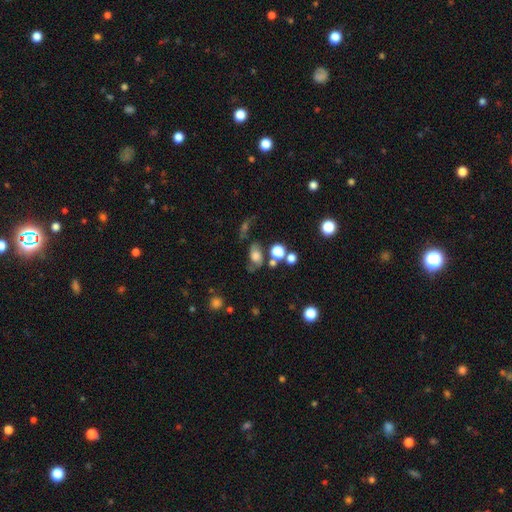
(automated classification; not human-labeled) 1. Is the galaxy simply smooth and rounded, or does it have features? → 54% smooth, 30% featured or disk, 16% star or artifact.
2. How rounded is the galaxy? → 65% in between, 32% round, 3% cigar-shaped.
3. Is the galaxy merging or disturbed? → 50% none, 22% minor disturbance, 16% major disturbance, 13% merger.